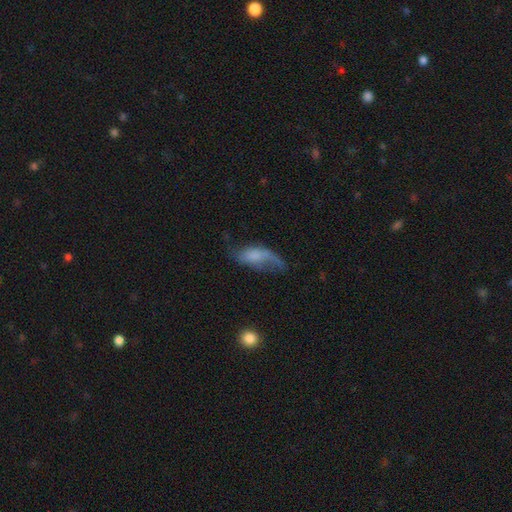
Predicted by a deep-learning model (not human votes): smooth-or-featured: smooth: 47% | featured or disk: 44% | star or artifact: 9%
  merging: major disturbance: 38% | none: 31% | minor disturbance: 27% | merger: 4%